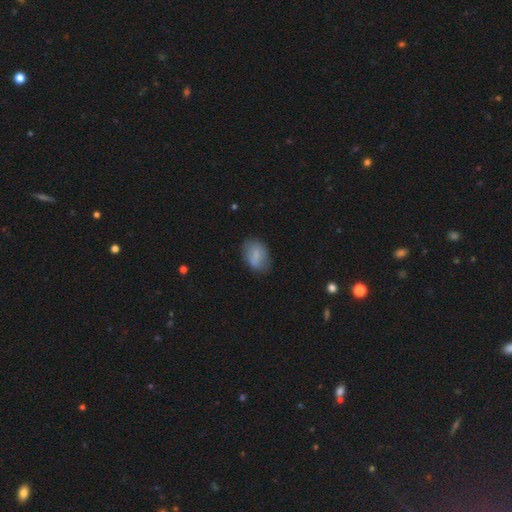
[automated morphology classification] This appears to be a smooth galaxy with no disk features (78%) that is in between round and cigar-shaped (81%). Merging: none (73%).